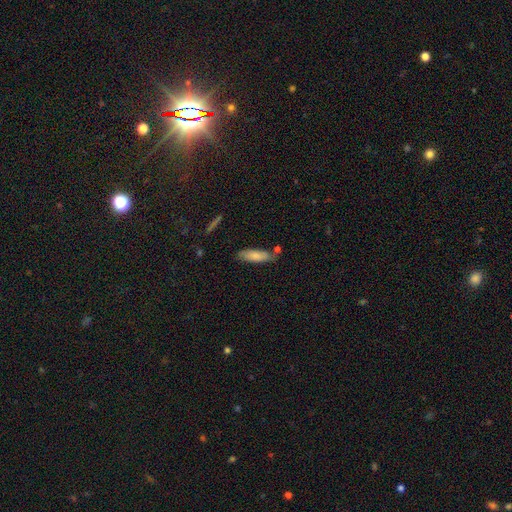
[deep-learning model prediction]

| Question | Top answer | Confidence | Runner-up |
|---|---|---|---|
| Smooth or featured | smooth | 77% | featured or disk (17%) |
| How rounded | cigar-shaped | 52% | in between (47%) |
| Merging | none | 71% | minor disturbance (18%) |